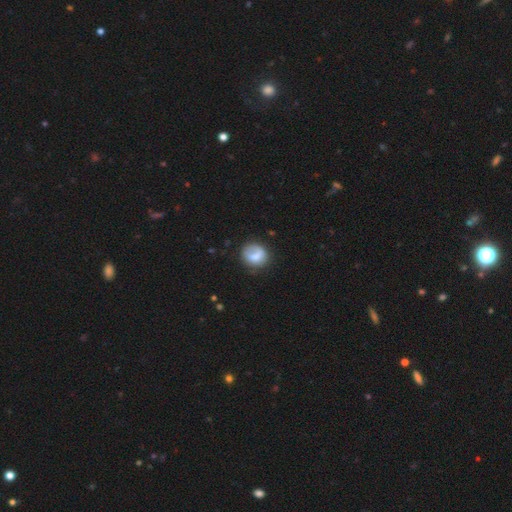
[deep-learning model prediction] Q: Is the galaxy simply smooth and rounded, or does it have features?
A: smooth — 68%.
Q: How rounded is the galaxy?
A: round — 77%.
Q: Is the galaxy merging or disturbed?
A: none — 62%.